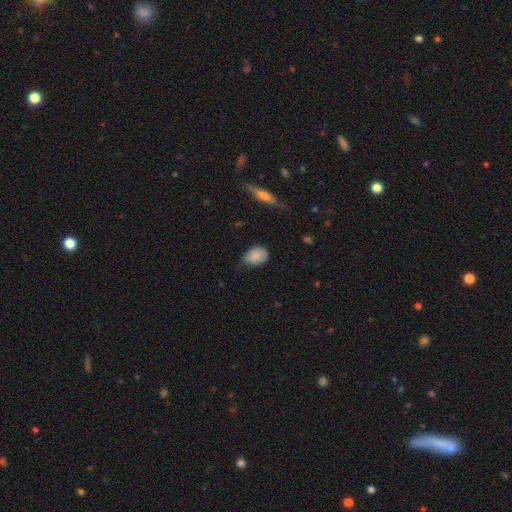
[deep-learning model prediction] smooth 82%, featured or disk 11%, star or artifact 7%. Down the decision tree: how rounded — in between (70%); merging — none (52%).